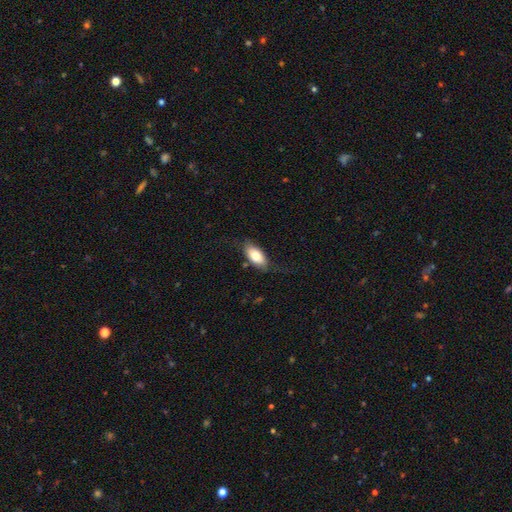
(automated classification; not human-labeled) Morphology: type=smooth (74%); roundness=in between (90%); merging=none (71%).